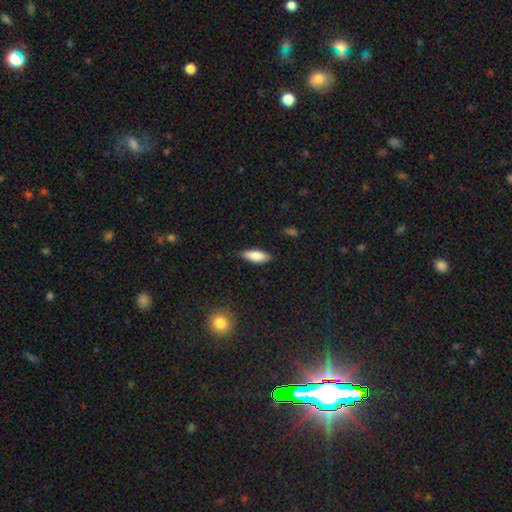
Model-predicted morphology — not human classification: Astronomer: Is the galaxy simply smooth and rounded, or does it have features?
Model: smooth — 83%.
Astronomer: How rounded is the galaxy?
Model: in between — 64%.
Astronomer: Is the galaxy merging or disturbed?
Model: none — 86%.